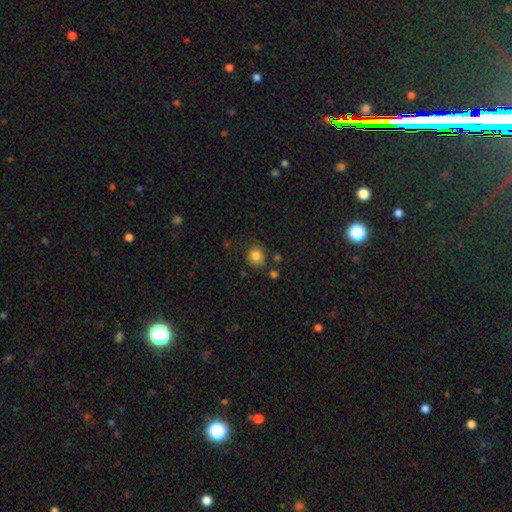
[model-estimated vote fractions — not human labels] Smooth or featured: smooth — 85% (star or artifact — 11%)
How rounded: round — 83% (in between — 16%)
Merging: none — 80% (minor disturbance — 12%)